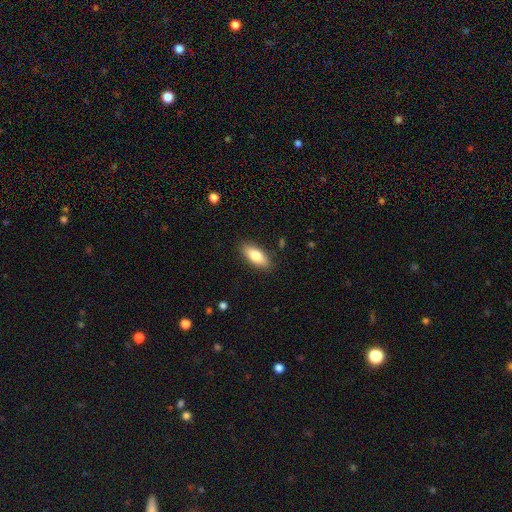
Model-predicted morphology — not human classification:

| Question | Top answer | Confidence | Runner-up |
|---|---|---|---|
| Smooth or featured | smooth | 79% | featured or disk (15%) |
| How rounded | in between | 81% | cigar-shaped (17%) |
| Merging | none | 87% | minor disturbance (10%) |